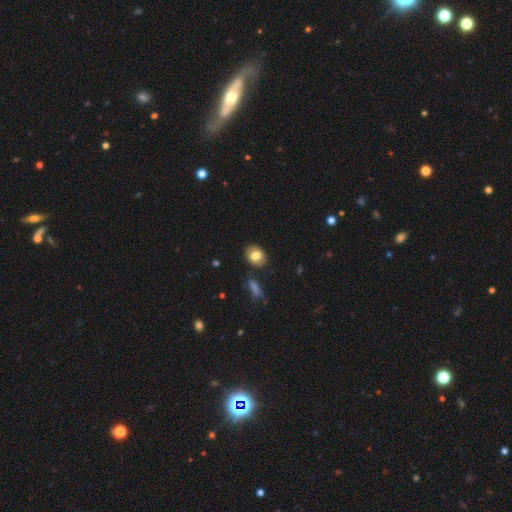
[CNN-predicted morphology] Smooth or featured: smooth — 81% (featured or disk — 11%)
How rounded: in between — 56% (round — 43%)
Merging: none — 83% (minor disturbance — 11%)